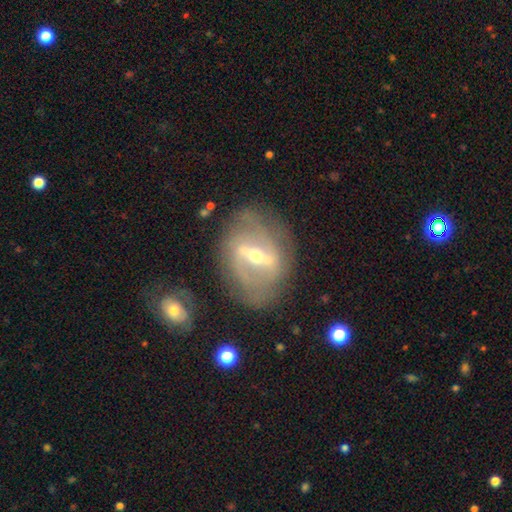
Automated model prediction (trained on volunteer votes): A featured or disk galaxy (81%) with a strong bar (71%), spiral arms (61%) and a moderate central bulge (53%).

Vote fractions:
- Smooth or featured? featured or disk: 81% / smooth: 12% / star or artifact: 7%
- Edge-on disk? no: 87% / yes: 13%
- Bar? strong: 71% / weak: 23% / no: 6%
- Spiral arms? yes: 61% / no: 39%
- Bulge size? moderate: 53% / small: 42% / large: 3% / none: 1% / dominant: 1%
- Merging? none: 73% / minor disturbance: 16% / major disturbance: 8% / merger: 2%